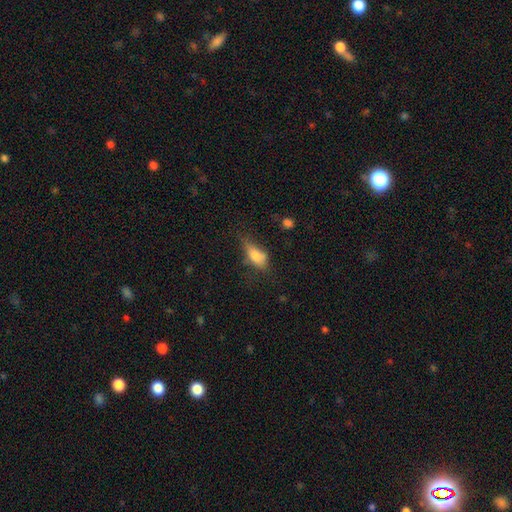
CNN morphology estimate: This appears to be a smooth galaxy with no disk features (73%) that is in between round and cigar-shaped (77%). Merging: none (43%).